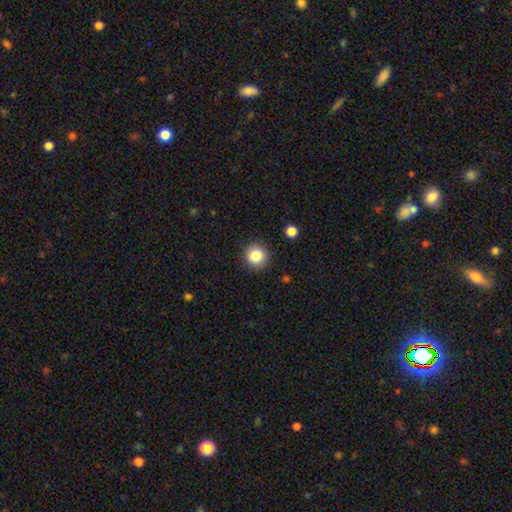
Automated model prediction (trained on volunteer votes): A smooth galaxy with no disk features (84%) that is round (94%).

Vote fractions:
- Smooth or featured? smooth: 84% / star or artifact: 11% / featured or disk: 5%
- How rounded? round: 94% / in between: 5% / cigar-shaped: 1%
- Merging? none: 90% / minor disturbance: 6% / major disturbance: 2% / merger: 1%